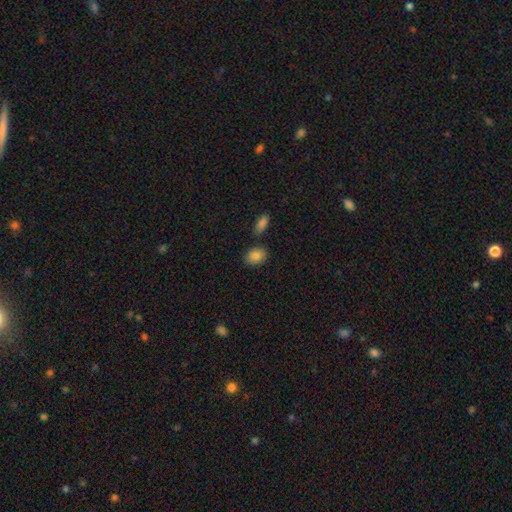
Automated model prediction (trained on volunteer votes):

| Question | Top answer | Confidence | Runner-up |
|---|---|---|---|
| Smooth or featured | smooth | 86% | star or artifact (8%) |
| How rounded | in between | 70% | round (29%) |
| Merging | none | 79% | minor disturbance (11%) |